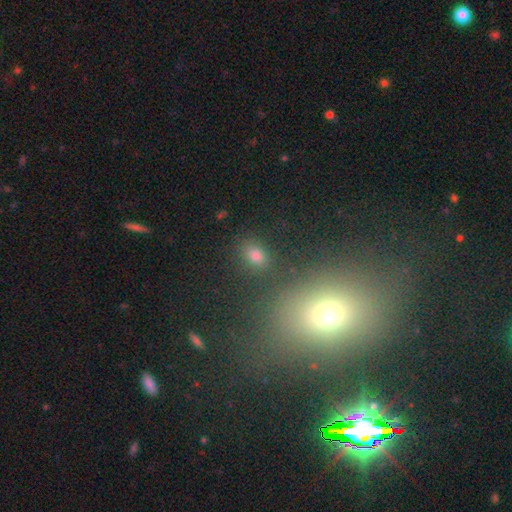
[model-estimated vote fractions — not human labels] A smooth galaxy with no disk features (71%) that is in between round and cigar-shaped (65%). Merging: none (82%).